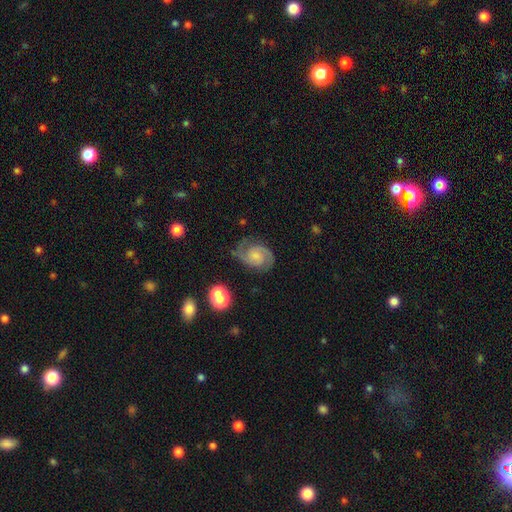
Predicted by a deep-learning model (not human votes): This appears to be a featured or disk galaxy (84%) with no bar (60%), 2 (91%) medium (51%) spiral arms (97%) and a small central bulge (39%). Merging: none (73%).